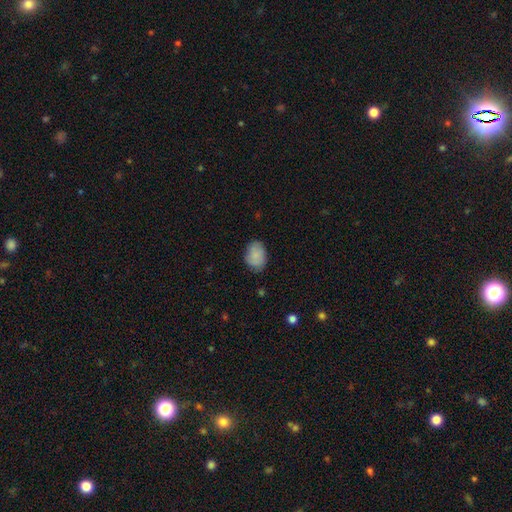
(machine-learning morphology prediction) smooth_or_featured: smooth (p=0.84) [alt: featured or disk p=0.08]
how_rounded: in between (p=0.73) [alt: round p=0.26]
merging: none (p=0.73) [alt: minor disturbance p=0.22]